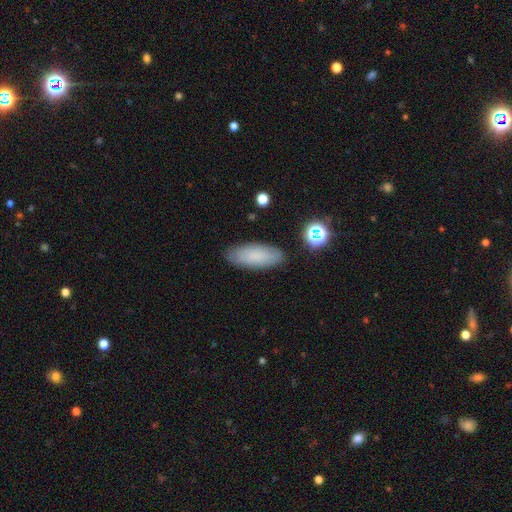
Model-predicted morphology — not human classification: Smooth or featured? smooth (82%)
How rounded? in between (79%)
Merging? none (86%)